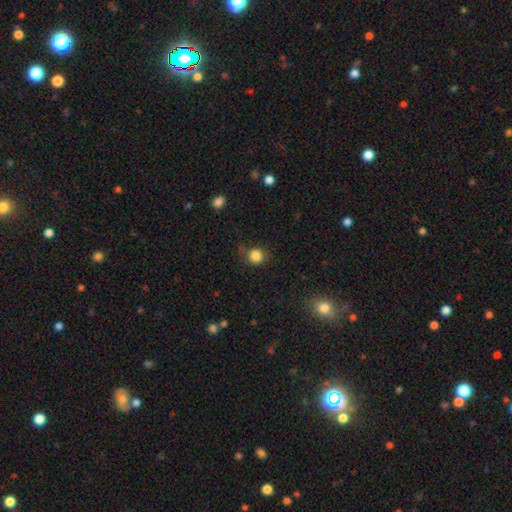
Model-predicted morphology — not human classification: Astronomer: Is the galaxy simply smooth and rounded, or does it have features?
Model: smooth — 84%.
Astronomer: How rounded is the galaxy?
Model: round — 86%.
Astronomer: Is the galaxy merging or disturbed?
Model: none — 70%.